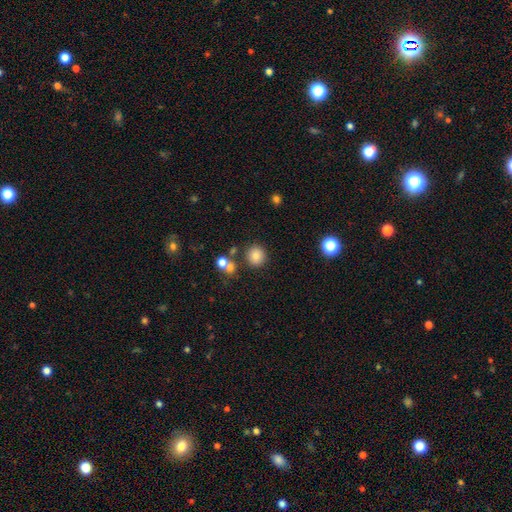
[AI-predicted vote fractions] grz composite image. It shows a smooth galaxy with no disk features (80%) that is round (91%). Merging: none (82%).